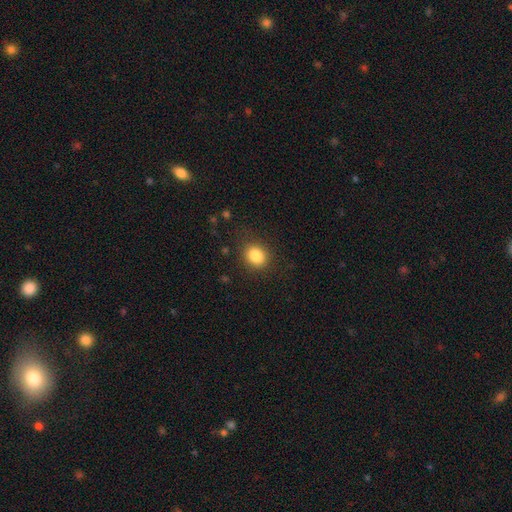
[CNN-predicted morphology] Smooth or featured? Predicted: smooth (p=0.85). How rounded? Predicted: round (p=0.55). Merging? Predicted: none (p=0.84).